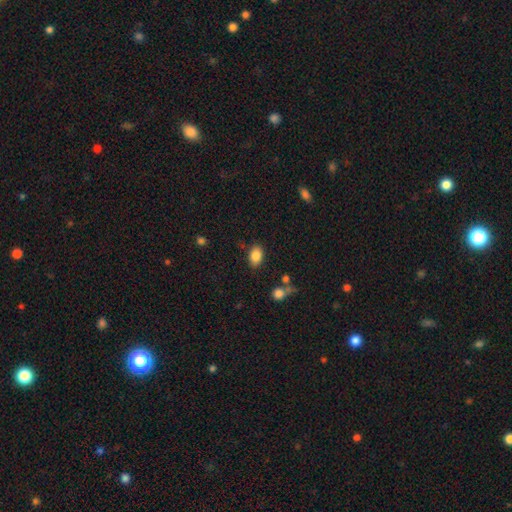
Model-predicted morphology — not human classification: Smooth or featured: smooth — 84% (star or artifact — 9%)
How rounded: in between — 85% (round — 13%)
Merging: none — 81% (minor disturbance — 12%)